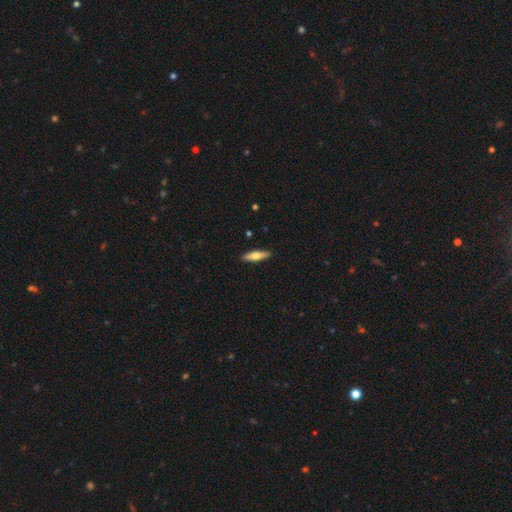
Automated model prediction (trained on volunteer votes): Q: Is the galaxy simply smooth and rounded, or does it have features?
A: smooth — 59%.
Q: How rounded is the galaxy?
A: cigar-shaped — 66%.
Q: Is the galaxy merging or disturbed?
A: none — 90%.